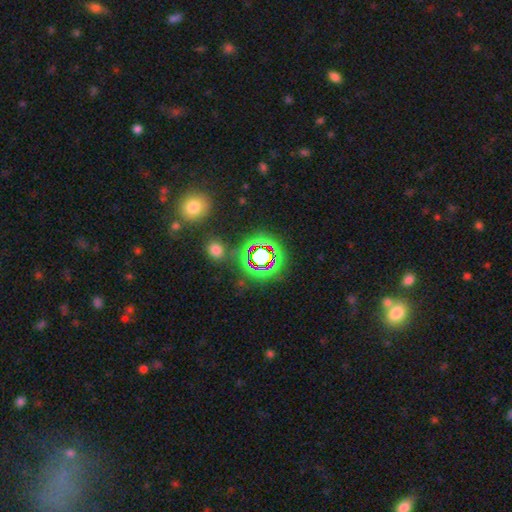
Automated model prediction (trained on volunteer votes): Smooth or featured?
  - star or artifact: 69% *
  - smooth: 19%
  - featured or disk: 11%